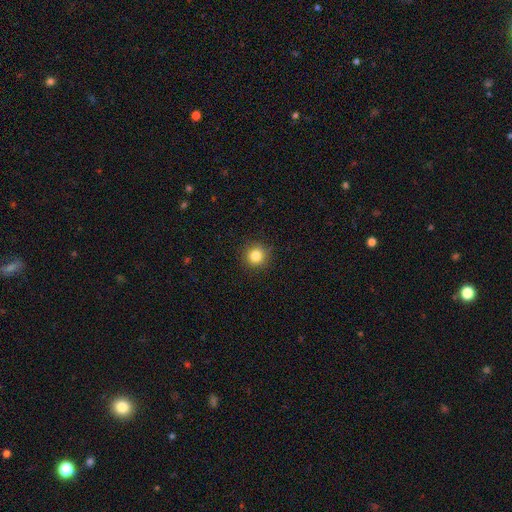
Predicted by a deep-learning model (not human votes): smooth 83%, star or artifact 11%, featured or disk 5%. Down the decision tree: how rounded — round (94%); merging — none (91%).